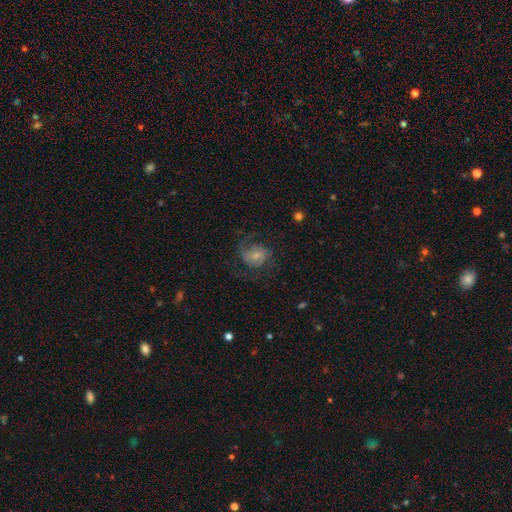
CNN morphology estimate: A featured or disk galaxy (66%) with no bar (46%), 2 (71%) medium (51%) spiral arms (91%) and a small central bulge (54%).

Vote fractions:
- Smooth or featured? featured or disk: 66% / smooth: 25% / star or artifact: 8%
- Edge-on disk? no: 98% / yes: 2%
- Bar? no: 46% / weak: 43% / strong: 10%
- Spiral arms? yes: 91% / no: 9%
- Spiral winding? medium: 51% / loose: 31% / tight: 19%
- Spiral arm count? 2: 71% / can't tell: 11% / 1: 8% / 3: 6% / 4: 2% / more than 4: 2%
- Bulge size? small: 54% / moderate: 30% / none: 7% / large: 6% / dominant: 2%
- Merging? none: 62% / major disturbance: 21% / minor disturbance: 16% / merger: 1%